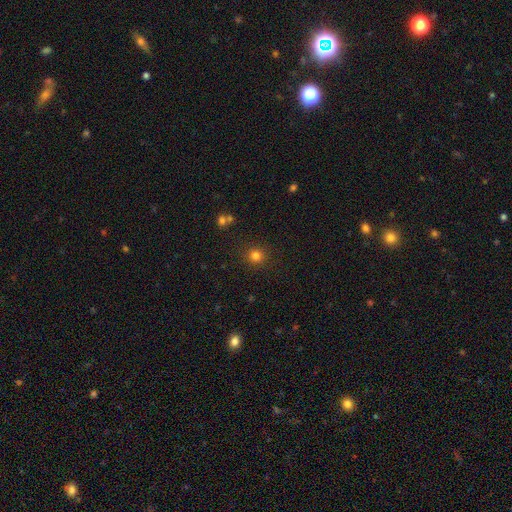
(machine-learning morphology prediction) Smooth or featured: smooth — 80% (star or artifact — 15%)
How rounded: round — 93% (in between — 6%)
Merging: none — 89% (minor disturbance — 6%)